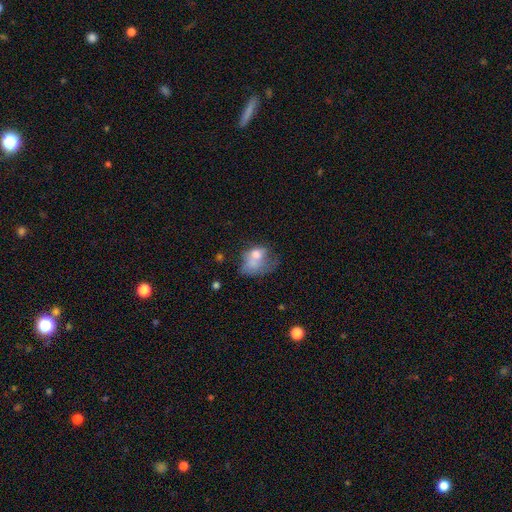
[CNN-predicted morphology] Smooth or featured?
  - smooth: 56% *
  - featured or disk: 32%
  - star or artifact: 12%
How rounded?
  - in between: 67% *
  - round: 31%
  - cigar-shaped: 1%
Merging?
  - major disturbance: 40% *
  - minor disturbance: 22%
  - none: 22%
  - merger: 16%